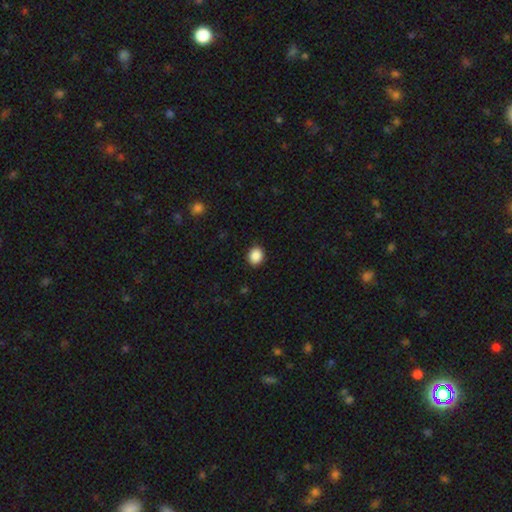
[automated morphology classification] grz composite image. It shows a smooth galaxy with no disk features (89%) that is round (65%). Merging: none (90%).